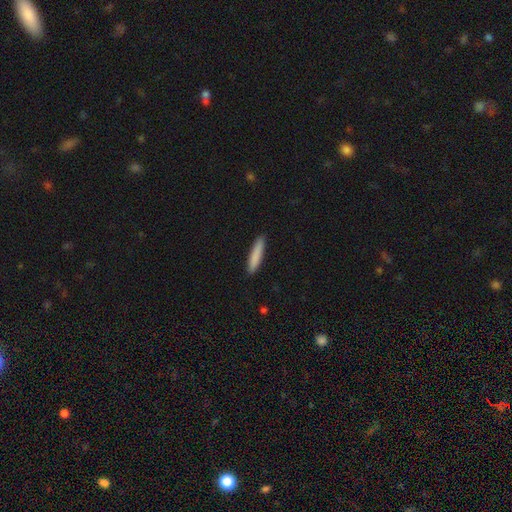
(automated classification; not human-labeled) This is clearly a smooth galaxy (86%). How rounded: clearly cigar-shaped (88%). Merging: clearly none (90%).